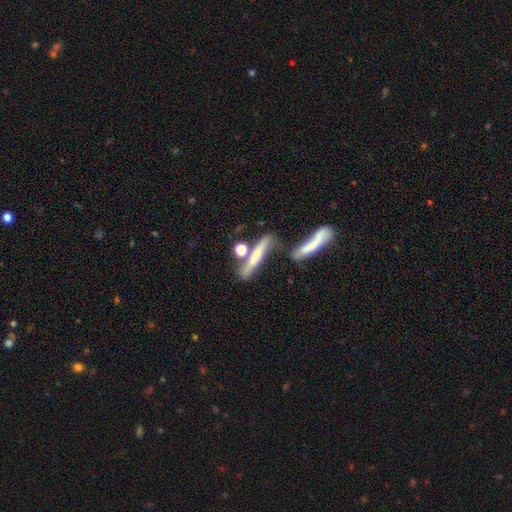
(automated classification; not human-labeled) smooth_or_featured: smooth (p=0.58) [alt: featured or disk p=0.33]
how_rounded: cigar-shaped (p=0.81) [alt: in between p=0.13]
merging: none (p=0.47) [alt: merger p=0.30]